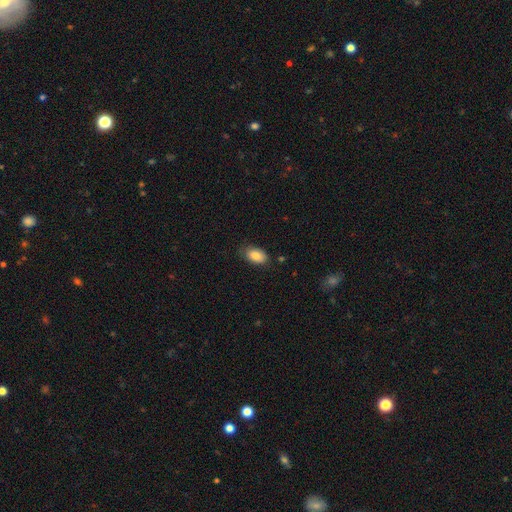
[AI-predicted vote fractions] Q: Smooth or featured?
A: smooth (85%); runner-up: featured or disk (8%)
Q: How rounded?
A: in between (92%); runner-up: round (6%)
Q: Merging?
A: none (78%); runner-up: minor disturbance (17%)